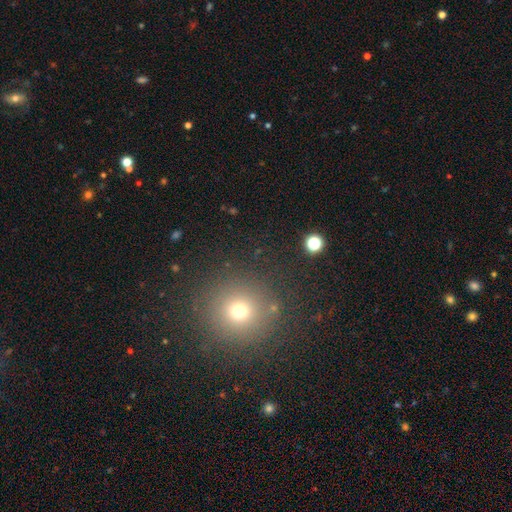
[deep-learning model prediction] smooth-or-featured: smooth: 57% | star or artifact: 35% | featured or disk: 8%
  how-rounded: round: 94% | in between: 5% | cigar-shaped: 1%
  merging: none: 91% | minor disturbance: 5% | major disturbance: 3% | merger: 2%